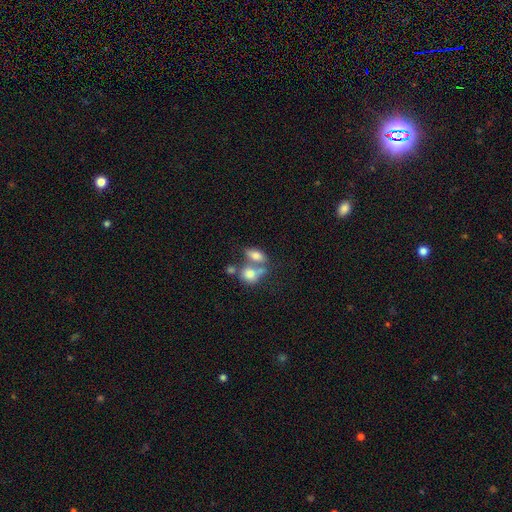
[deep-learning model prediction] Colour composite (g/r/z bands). It shows a smooth galaxy with no disk features (73%) that is in between round and cigar-shaped (82%). Merging: merger (52%).